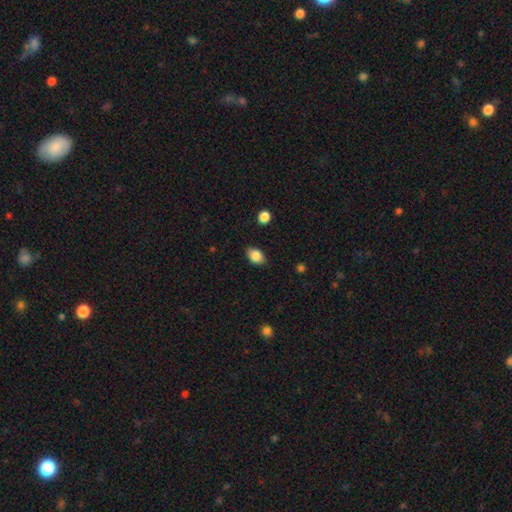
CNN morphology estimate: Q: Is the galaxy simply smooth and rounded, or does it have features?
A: smooth — 85%.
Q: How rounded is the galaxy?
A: in between — 78%.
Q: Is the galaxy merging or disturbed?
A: none — 82%.